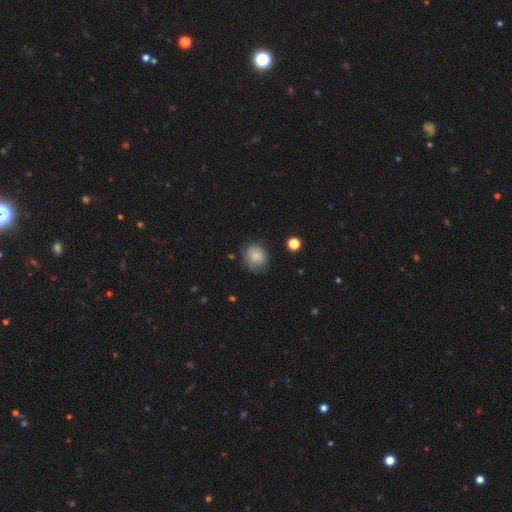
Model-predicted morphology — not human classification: smooth_or_featured: smooth (p=0.78) [alt: featured or disk p=0.13]
how_rounded: round (p=0.58) [alt: in between p=0.41]
merging: none (p=0.66) [alt: minor disturbance p=0.25]